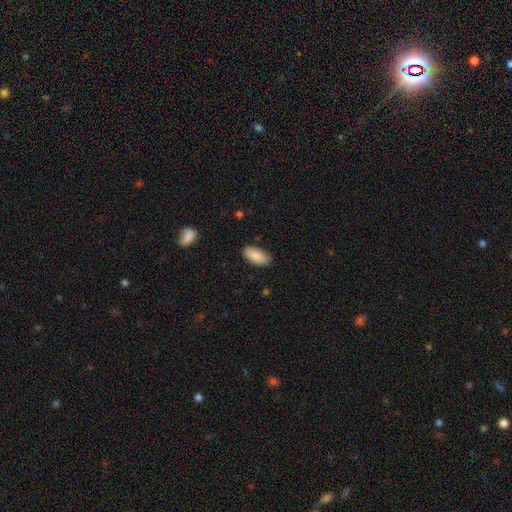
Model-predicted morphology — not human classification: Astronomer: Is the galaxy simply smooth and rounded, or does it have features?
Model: smooth — 88%.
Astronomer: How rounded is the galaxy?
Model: in between — 89%.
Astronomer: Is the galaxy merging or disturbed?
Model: none — 80%.